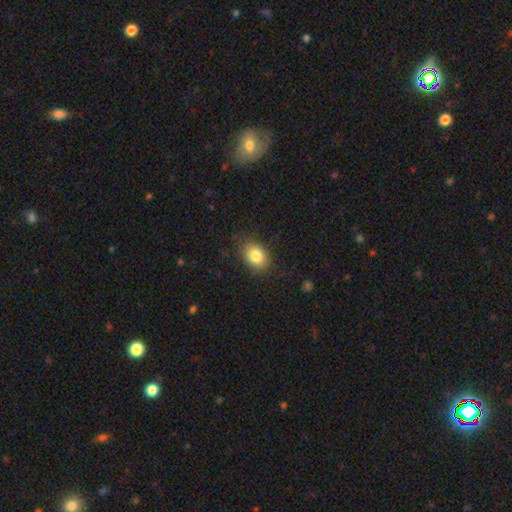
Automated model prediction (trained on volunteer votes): This is clearly a smooth galaxy (83%). How rounded: likely in between (70%). Merging: clearly none (83%).